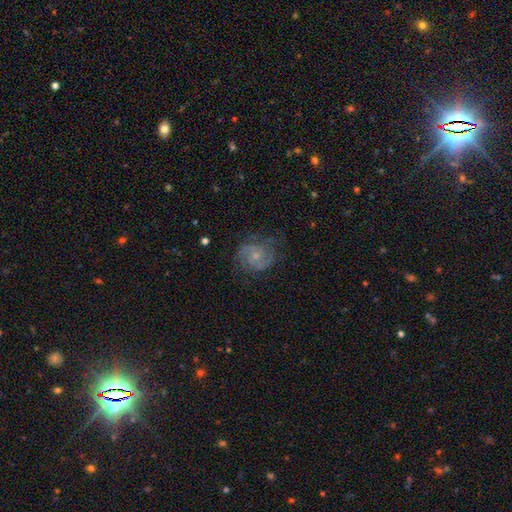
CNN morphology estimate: This appears to be a featured or disk galaxy (74%) with no bar (74%), 2 (61%) tight (44%) spiral arms (92%) and a small central bulge (61%). Merging: none (66%).